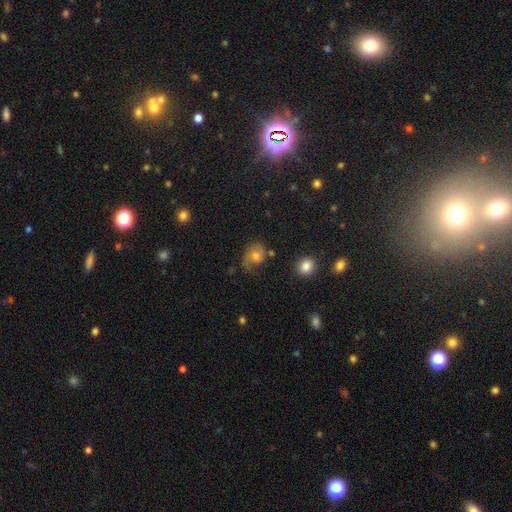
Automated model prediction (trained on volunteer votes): smooth_or_featured: smooth (p=0.53) [alt: featured or disk p=0.35]
how_rounded: round (p=0.59) [alt: in between p=0.40]
merging: none (p=0.47) [alt: minor disturbance p=0.28]